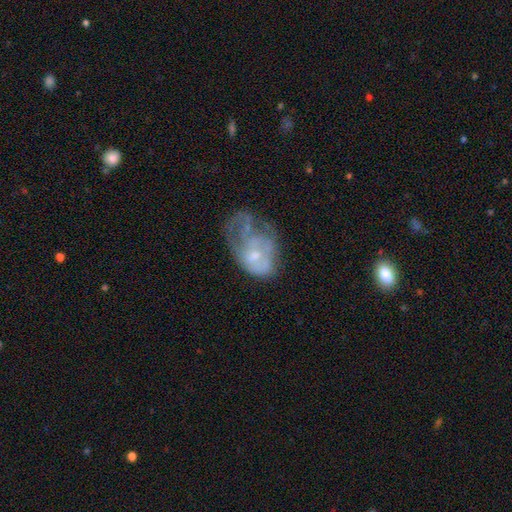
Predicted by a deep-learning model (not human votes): Overall: featured or disk (55%; smooth 35%). Edge-on disk: no (97%). Bar: no (81%). Spiral arms: no (71%). Bulge size: small (47%; moderate 35%). Merging: major disturbance (45%; minor disturbance 23%).